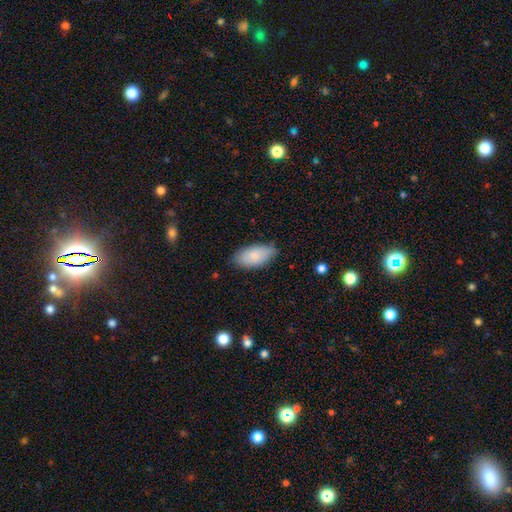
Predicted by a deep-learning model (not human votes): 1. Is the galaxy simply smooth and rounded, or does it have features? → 82% smooth, 11% featured or disk, 6% star or artifact.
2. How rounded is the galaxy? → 93% in between, 4% cigar-shaped, 2% round.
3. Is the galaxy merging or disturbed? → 79% none, 17% minor disturbance, 3% major disturbance, 1% merger.